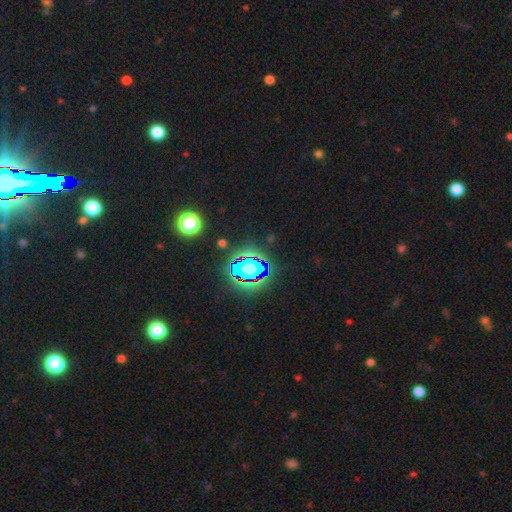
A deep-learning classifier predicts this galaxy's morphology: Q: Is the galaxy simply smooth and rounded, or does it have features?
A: star or artifact — 80%.